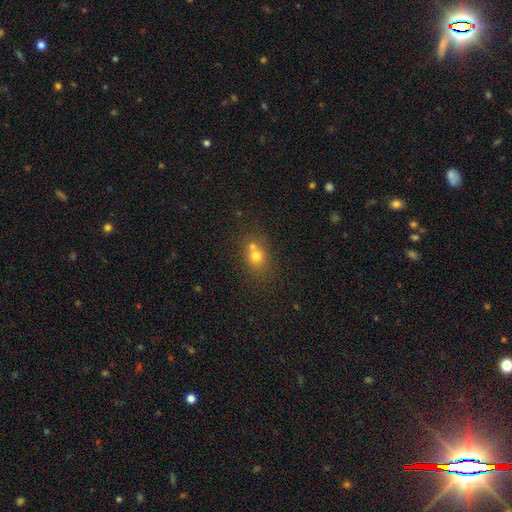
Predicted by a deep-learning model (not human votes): smooth-or-featured: smooth: 69% | star or artifact: 17% | featured or disk: 14%
  how-rounded: round: 66% | in between: 33% | cigar-shaped: 1%
  merging: none: 47% | merger: 41% | minor disturbance: 9% | major disturbance: 3%